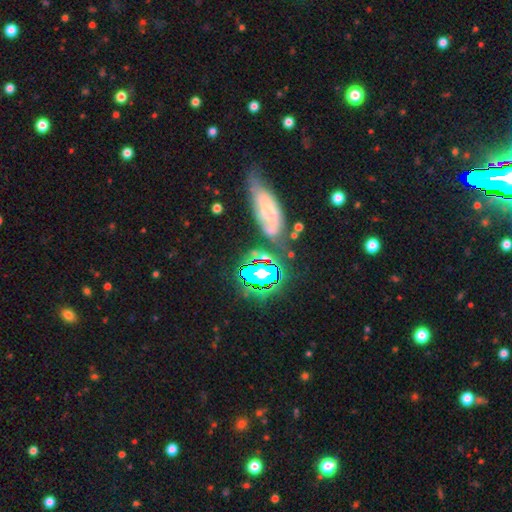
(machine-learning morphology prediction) type=star or artifact (47%).